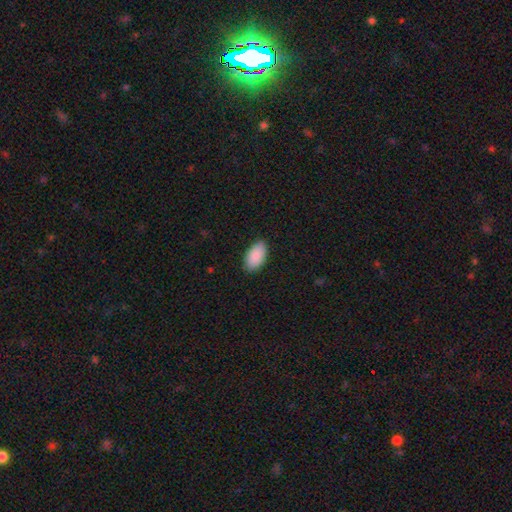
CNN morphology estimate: A smooth galaxy with no disk features (90%) that is in between round and cigar-shaped (96%).

Vote fractions:
- Smooth or featured? smooth: 90% / star or artifact: 6% / featured or disk: 4%
- How rounded? in between: 96% / round: 3% / cigar-shaped: 2%
- Merging? none: 86% / minor disturbance: 11% / major disturbance: 2% / merger: 1%